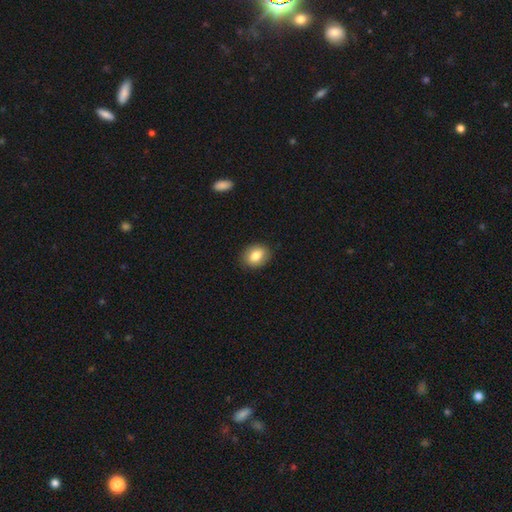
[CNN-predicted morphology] type=smooth (81%); roundness=in between (54%); merging=none (89%).